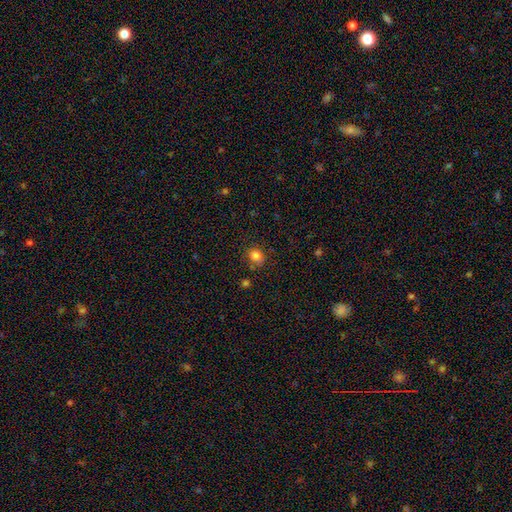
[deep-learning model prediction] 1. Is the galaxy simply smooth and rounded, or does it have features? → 82% smooth, 12% star or artifact, 5% featured or disk.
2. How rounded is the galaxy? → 68% round, 31% in between, 1% cigar-shaped.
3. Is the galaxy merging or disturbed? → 72% none, 17% minor disturbance, 6% merger, 5% major disturbance.